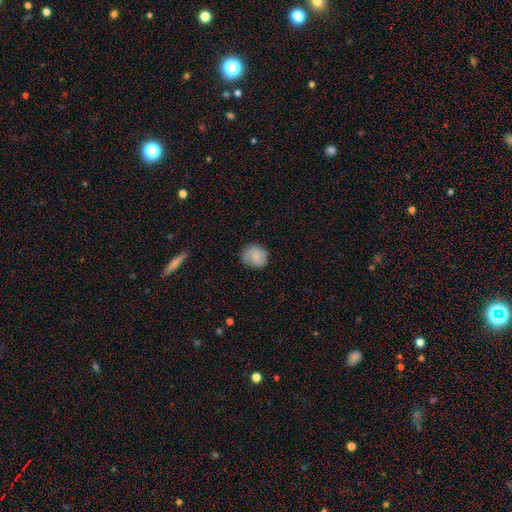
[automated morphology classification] This is likely a smooth galaxy (77%). How rounded: likely round (75%). Merging: likely none (75%).